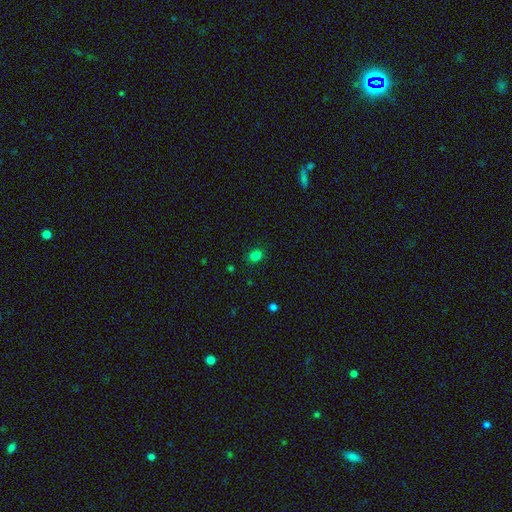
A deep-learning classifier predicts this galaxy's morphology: Smooth or featured?
  - smooth: 80% *
  - star or artifact: 16%
  - featured or disk: 4%
How rounded?
  - round: 53% *
  - in between: 46%
  - cigar-shaped: 1%
Merging?
  - none: 86% *
  - minor disturbance: 10%
  - major disturbance: 3%
  - merger: 1%